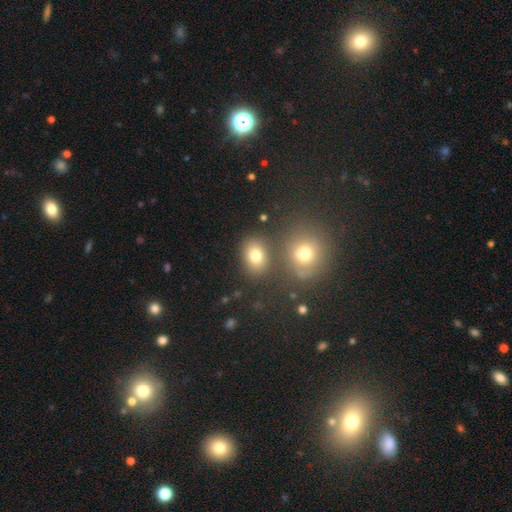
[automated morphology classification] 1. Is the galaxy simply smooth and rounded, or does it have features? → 77% smooth, 13% star or artifact, 10% featured or disk.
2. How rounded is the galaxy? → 55% in between, 44% round, 1% cigar-shaped.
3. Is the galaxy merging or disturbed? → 70% none, 15% merger, 11% minor disturbance, 4% major disturbance.